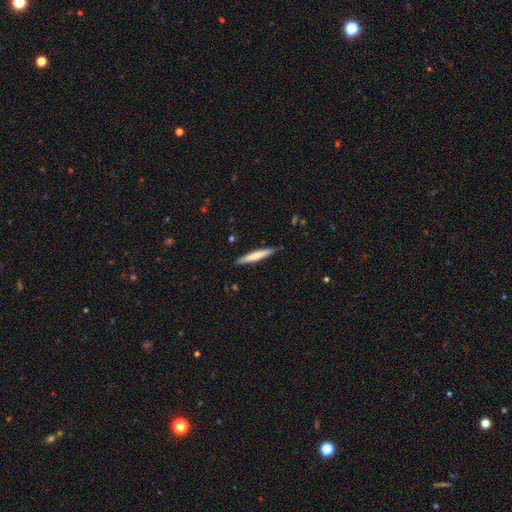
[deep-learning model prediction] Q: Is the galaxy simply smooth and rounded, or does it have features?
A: smooth — 64%.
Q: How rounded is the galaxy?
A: cigar-shaped — 94%.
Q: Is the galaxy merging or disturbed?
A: none — 89%.